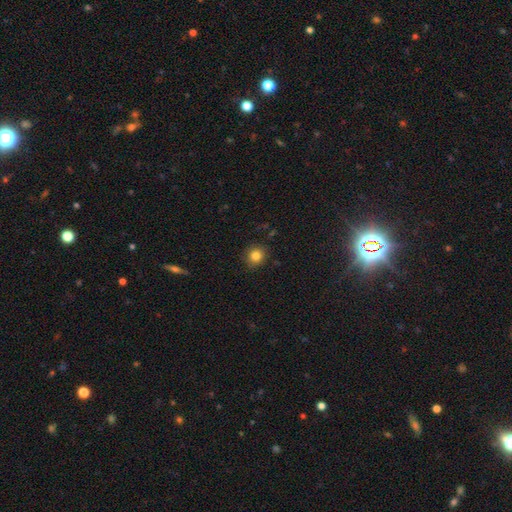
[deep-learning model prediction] This appears to be a smooth galaxy with no disk features (82%) that is round (81%). Merging: none (88%).